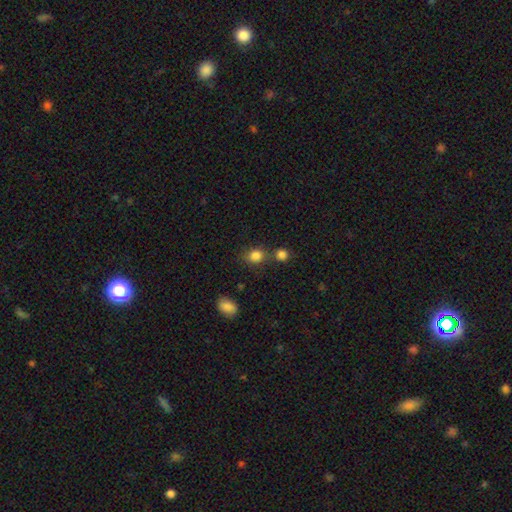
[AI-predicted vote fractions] A smooth galaxy with no disk features (83%) that is round (68%).

Vote fractions:
- Smooth or featured? smooth: 83% / star or artifact: 11% / featured or disk: 5%
- How rounded? round: 68% / in between: 31% / cigar-shaped: 1%
- Merging? none: 65% / merger: 19% / minor disturbance: 12% / major disturbance: 4%